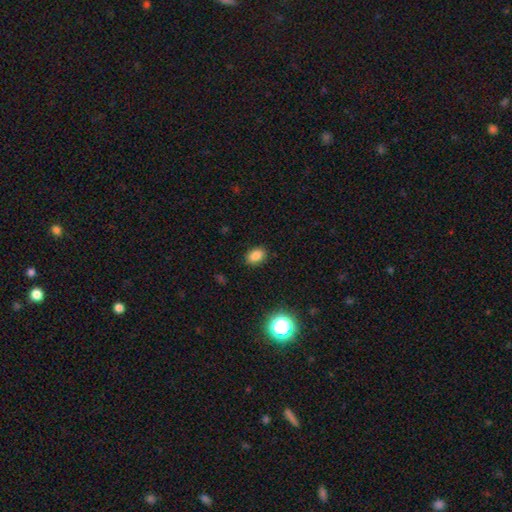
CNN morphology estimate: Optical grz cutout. It shows a smooth galaxy with no disk features (83%) that is in between round and cigar-shaped (81%). Merging: none (88%).